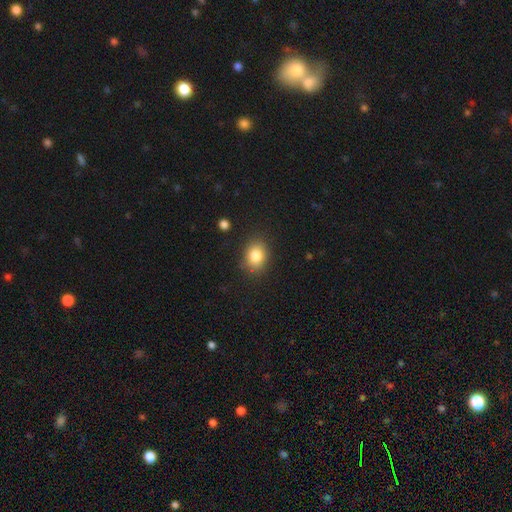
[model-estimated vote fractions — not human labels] Smooth or featured: smooth — 83% (star or artifact — 10%)
How rounded: round — 51% (in between — 48%)
Merging: none — 84% (minor disturbance — 11%)